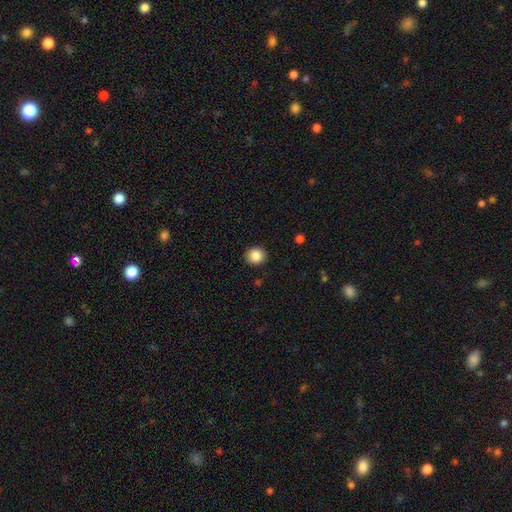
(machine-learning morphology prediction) smooth_or_featured: smooth (p=0.86) [alt: star or artifact p=0.10]
how_rounded: round (p=0.86) [alt: in between p=0.13]
merging: none (p=0.91) [alt: minor disturbance p=0.06]